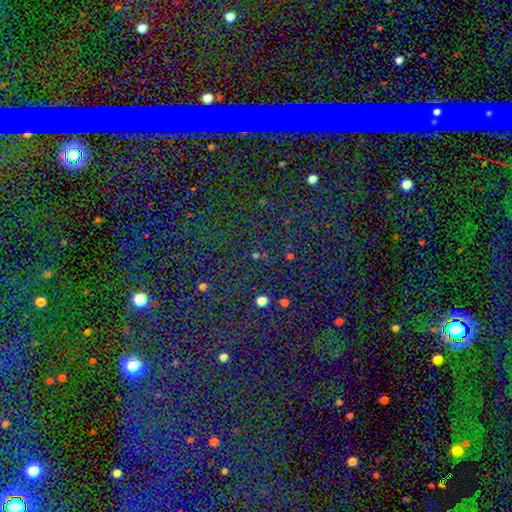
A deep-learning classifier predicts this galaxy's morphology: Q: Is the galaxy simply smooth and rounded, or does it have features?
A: star or artifact — 68%.